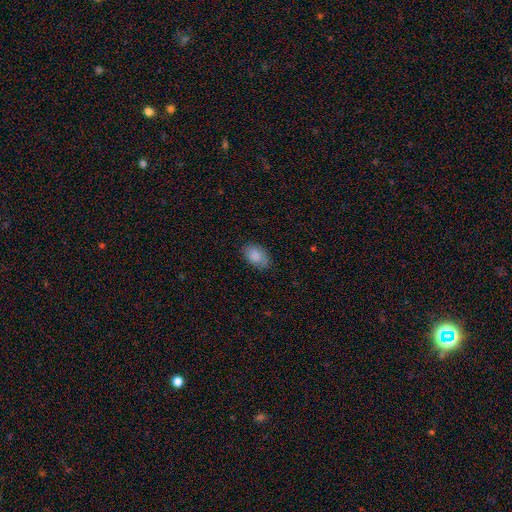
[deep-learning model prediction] Q: Smooth or featured?
A: smooth (87%); runner-up: star or artifact (7%)
Q: How rounded?
A: in between (90%); runner-up: round (9%)
Q: Merging?
A: none (79%); runner-up: minor disturbance (17%)